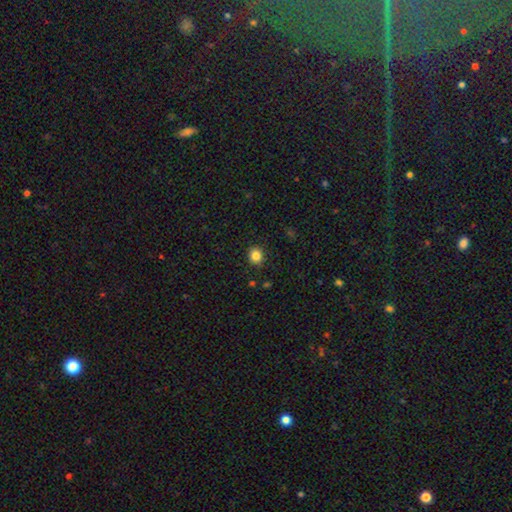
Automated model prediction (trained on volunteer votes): This is clearly a smooth galaxy (85%). How rounded: likely round (73%). Merging: clearly none (90%).